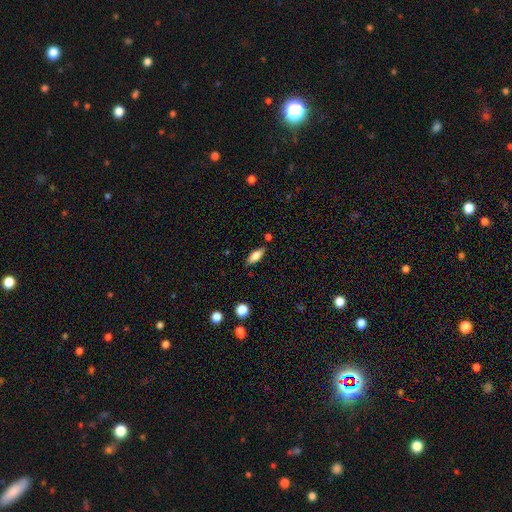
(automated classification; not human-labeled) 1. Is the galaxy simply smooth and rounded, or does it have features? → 78% smooth, 15% featured or disk, 8% star or artifact.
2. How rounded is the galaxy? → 77% in between, 21% cigar-shaped, 3% round.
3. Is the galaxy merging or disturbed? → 82% none, 12% minor disturbance, 3% merger, 3% major disturbance.